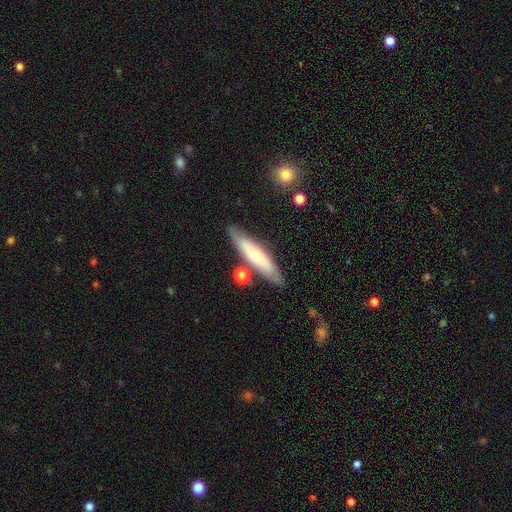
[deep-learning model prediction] Overall: smooth (59%; featured or disk 35%). How rounded: cigar-shaped (81%). Merging: none (79%).